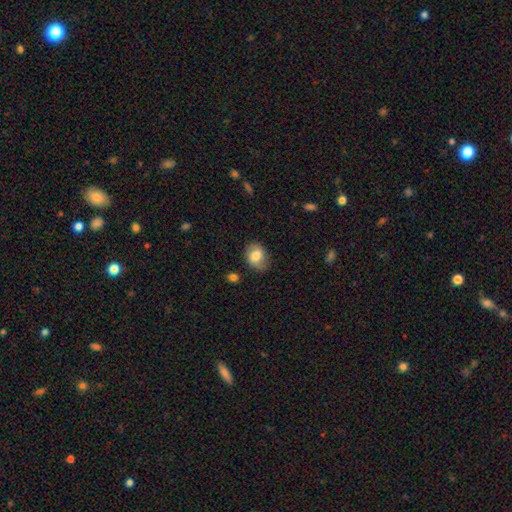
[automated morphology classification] A smooth galaxy with no disk features (72%) that is in between round and cigar-shaped (55%).

Vote fractions:
- Smooth or featured? smooth: 72% / featured or disk: 20% / star or artifact: 8%
- How rounded? in between: 55% / round: 44% / cigar-shaped: 1%
- Merging? none: 77% / minor disturbance: 17% / major disturbance: 4% / merger: 2%